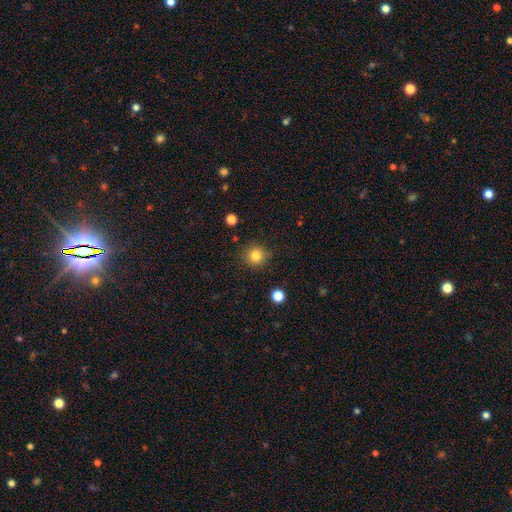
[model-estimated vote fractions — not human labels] This is clearly a smooth galaxy (83%). How rounded: clearly round (92%). Merging: clearly none (87%).